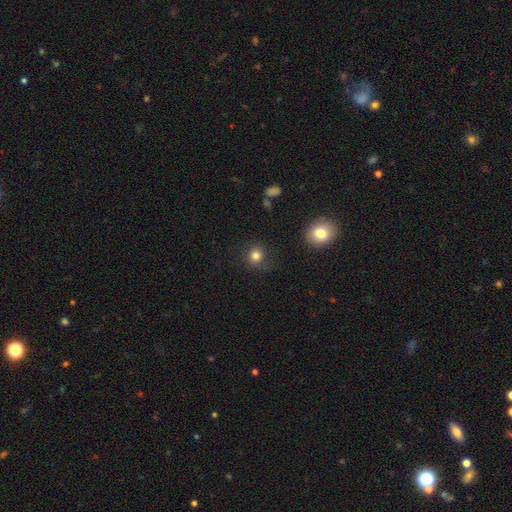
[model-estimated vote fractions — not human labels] Q: Smooth or featured?
A: smooth (79%); runner-up: star or artifact (13%)
Q: How rounded?
A: round (88%); runner-up: in between (11%)
Q: Merging?
A: none (76%); runner-up: minor disturbance (14%)